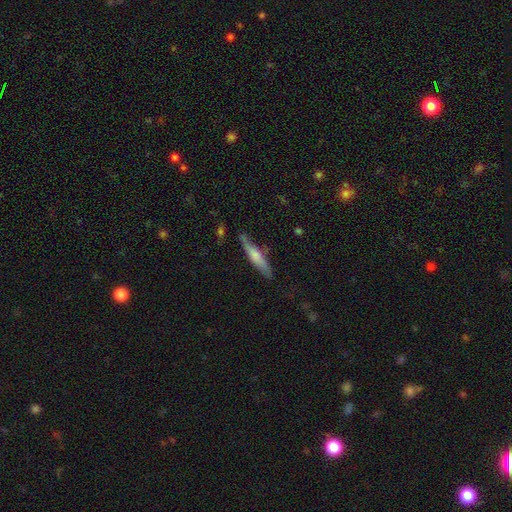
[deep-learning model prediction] smooth_or_featured: smooth (p=0.54) [alt: featured or disk p=0.40]
how_rounded: cigar-shaped (p=0.87) [alt: in between p=0.12]
merging: none (p=0.76) [alt: minor disturbance p=0.17]